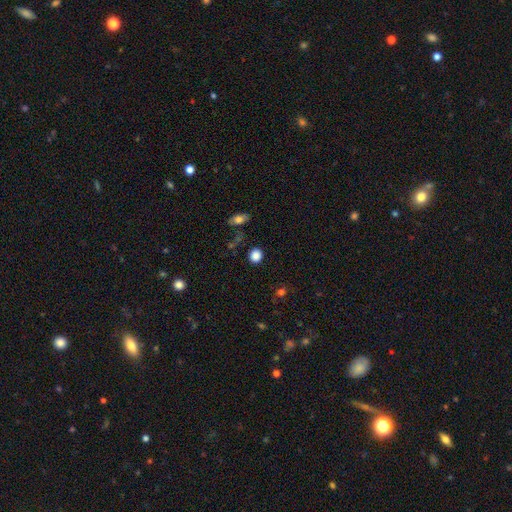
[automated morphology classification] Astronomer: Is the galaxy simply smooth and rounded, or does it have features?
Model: smooth — 85%.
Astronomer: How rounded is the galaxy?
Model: round — 77%.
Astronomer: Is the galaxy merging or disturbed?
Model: none — 87%.